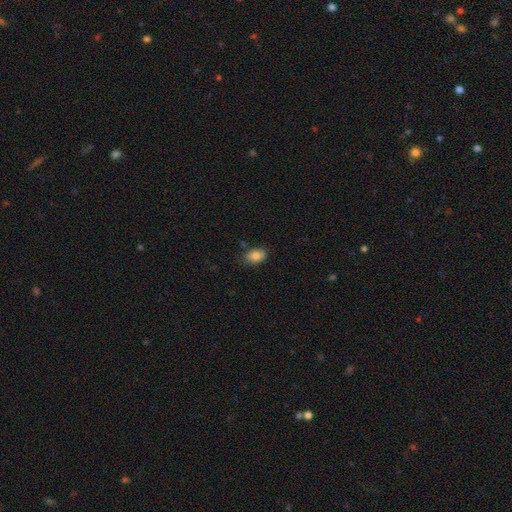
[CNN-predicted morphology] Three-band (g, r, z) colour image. It shows a smooth galaxy with no disk features (84%) that is in between round and cigar-shaped (78%). Merging: none (75%).